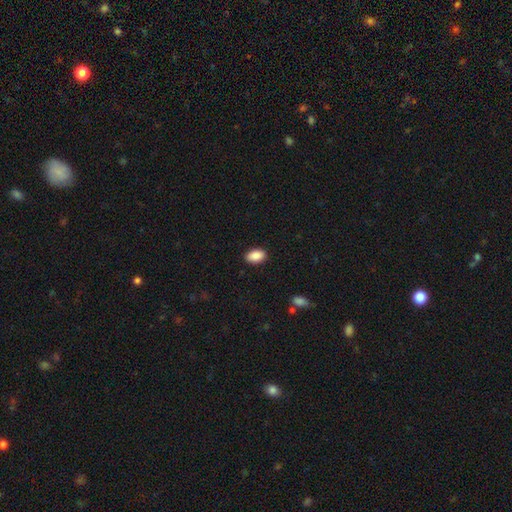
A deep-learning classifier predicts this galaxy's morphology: Smooth or featured? Predicted: smooth (p=0.90). How rounded? Predicted: in between (p=0.92). Merging? Predicted: none (p=0.89).